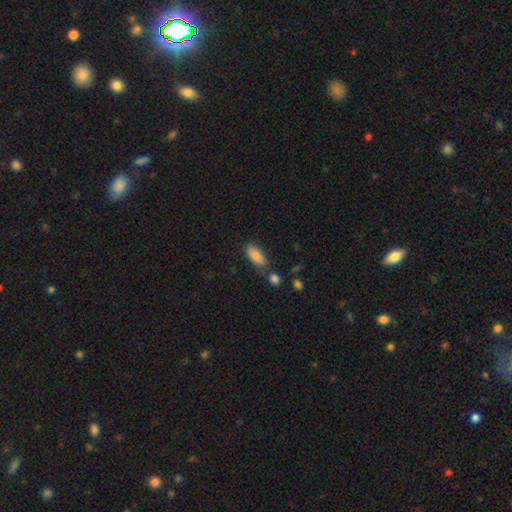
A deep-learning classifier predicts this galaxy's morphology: The model was most divided on "merging": none: 67%, minor disturbance: 17%, merger: 11%, major disturbance: 5%. More confident: smooth or featured — smooth (88%); how rounded — in between (86%).